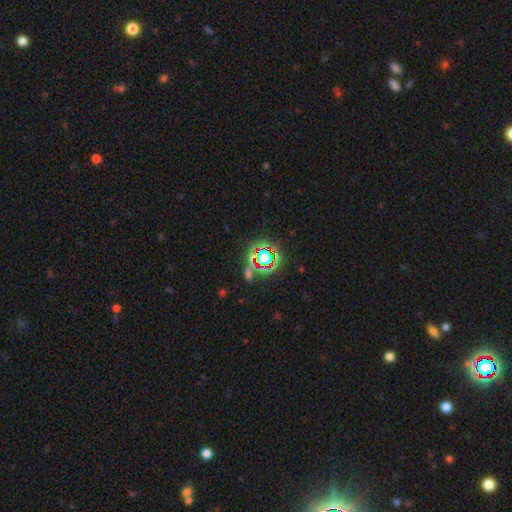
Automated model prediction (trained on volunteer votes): This appears to be a star or artifact, not a galaxy (74%).